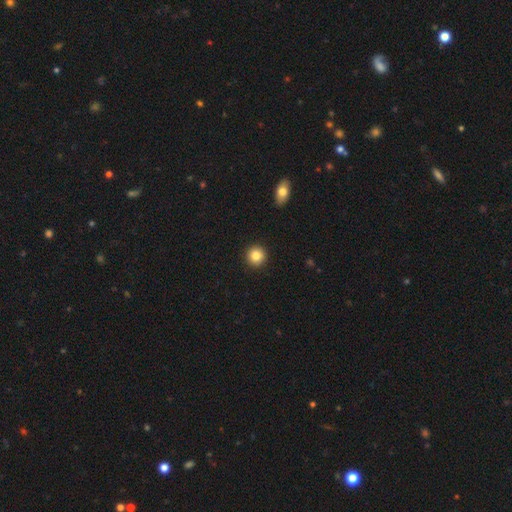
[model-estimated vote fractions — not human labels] The model was most divided on "smooth or featured": smooth: 84%, star or artifact: 10%, featured or disk: 6%. More confident: how rounded — round (95%); merging — none (93%).